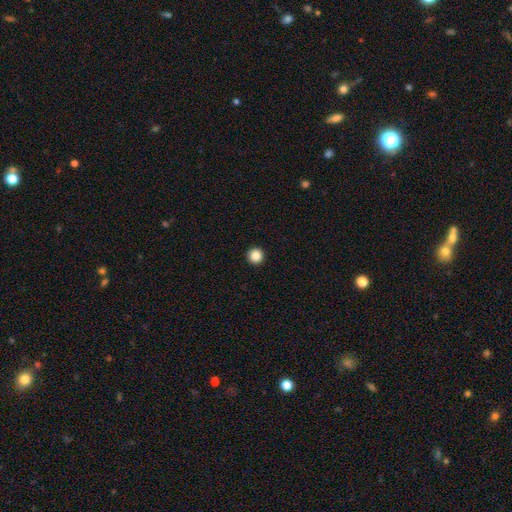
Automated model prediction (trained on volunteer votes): Smooth or featured? Predicted: smooth (p=0.86). How rounded? Predicted: round (p=0.97). Merging? Predicted: none (p=0.95).